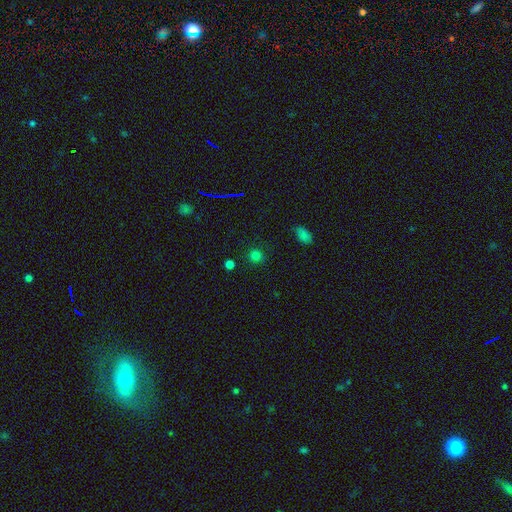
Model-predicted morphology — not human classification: Overall: smooth (77%). How rounded: round (91%). Merging: none (88%).